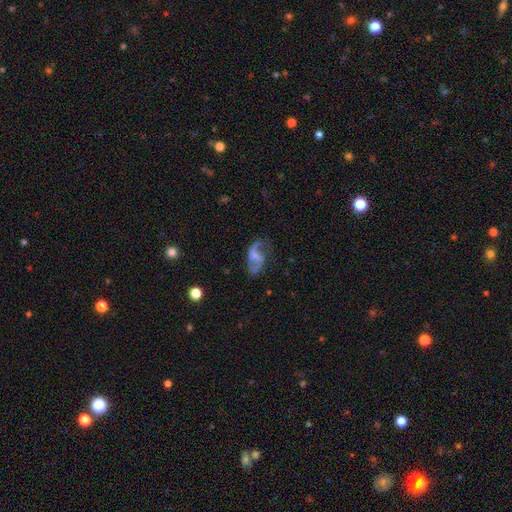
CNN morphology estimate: This is likely a featured or disk galaxy (78%). It is clearly not viewed edge-on (97%). Bar: possibly weak (46%). Spiral arm pattern: clearly yes (89%). Spiral arm count: clearly 2 (87%). Spiral winding: likely loose (74%). Central bulge: possibly none (51%). Merging: likely none (60%).